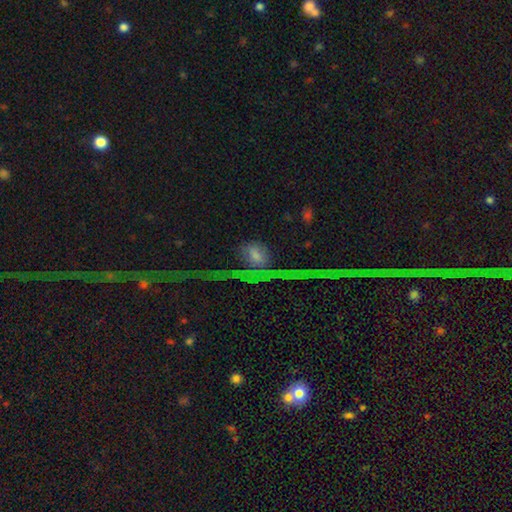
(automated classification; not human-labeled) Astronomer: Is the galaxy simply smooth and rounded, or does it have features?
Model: smooth — 36% (runner-up: star or artifact, 34%).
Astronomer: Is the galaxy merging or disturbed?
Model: none — 44% (runner-up: major disturbance, 28%).